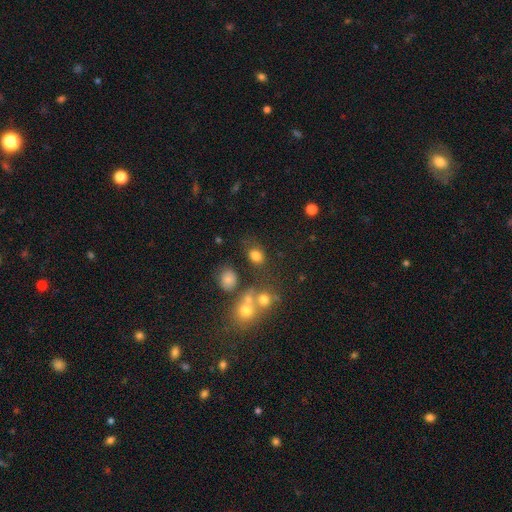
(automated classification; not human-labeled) Overall: smooth (77%). How rounded: in between (55%; round 43%). Merging: none (70%).